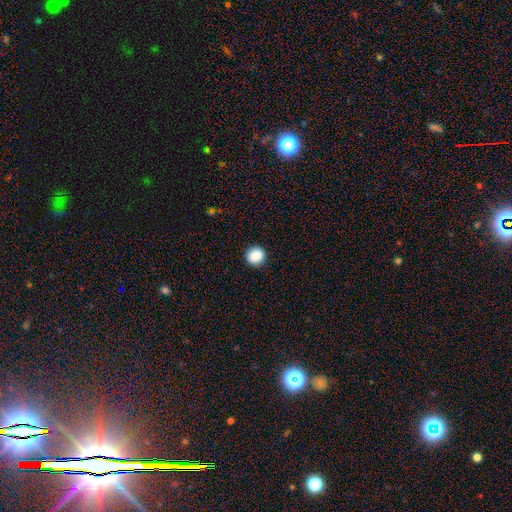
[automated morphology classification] smooth_or_featured: smooth (p=0.88) [alt: star or artifact p=0.09]
how_rounded: round (p=0.91) [alt: in between p=0.08]
merging: none (p=0.92) [alt: minor disturbance p=0.06]